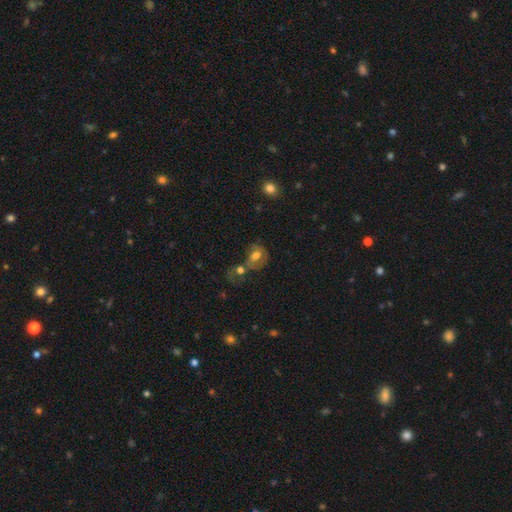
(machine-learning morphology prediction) Q: Smooth or featured?
A: smooth (55%); runner-up: featured or disk (34%)
Q: How rounded?
A: in between (56%); runner-up: round (42%)
Q: Merging?
A: merger (45%); runner-up: none (28%)